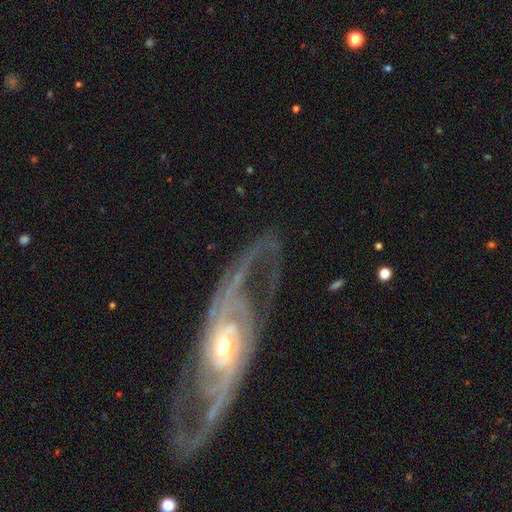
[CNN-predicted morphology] A featured or disk galaxy (89%) with no bar (51%), 2 (72%) medium (44%) spiral arms (96%) and a moderate central bulge (49%).

Vote fractions:
- Smooth or featured? featured or disk: 89% / star or artifact: 6% / smooth: 5%
- Edge-on disk? no: 92% / yes: 8%
- Bar? no: 51% / weak: 30% / strong: 19%
- Spiral arms? yes: 96% / no: 4%
- Spiral winding? medium: 44% / tight: 33% / loose: 23%
- Spiral arm count? 2: 72% / can't tell: 10% / 3: 7% / 1: 4% / 4: 4% / more than 4: 4%
- Bulge size? moderate: 49% / small: 45% / large: 4% / dominant: 1% / none: 1%
- Merging? none: 72% / minor disturbance: 13% / major disturbance: 13% / merger: 2%